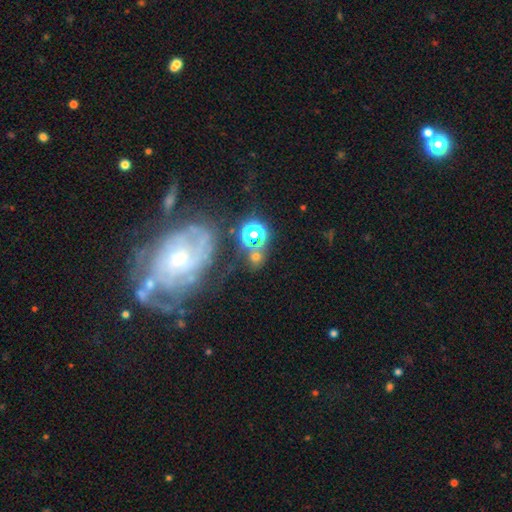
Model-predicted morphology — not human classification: This appears to be a featured or disk galaxy (39%). Merging: none (63%).